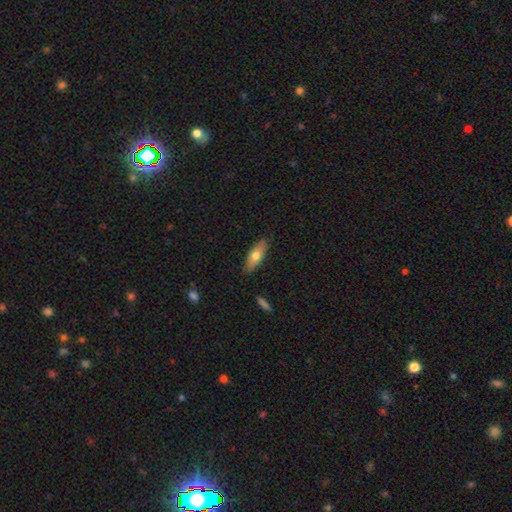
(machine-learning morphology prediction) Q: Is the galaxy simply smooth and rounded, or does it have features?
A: smooth — 67%.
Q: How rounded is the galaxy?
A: in between — 68%.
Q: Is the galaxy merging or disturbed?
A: none — 84%.